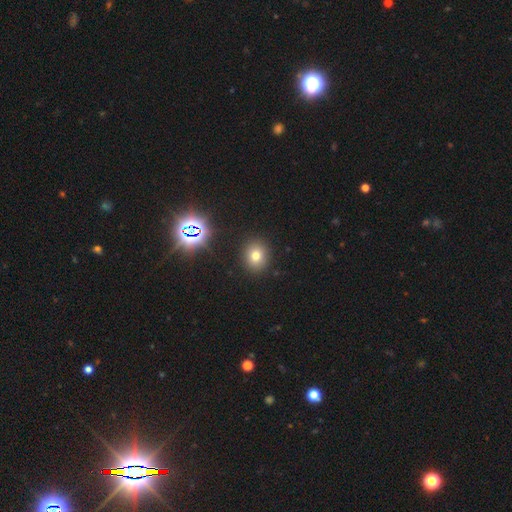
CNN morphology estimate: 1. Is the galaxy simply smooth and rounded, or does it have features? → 72% smooth, 19% star or artifact, 10% featured or disk.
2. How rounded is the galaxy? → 68% round, 31% in between, 1% cigar-shaped.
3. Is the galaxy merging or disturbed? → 89% none, 7% minor disturbance, 2% major disturbance, 2% merger.